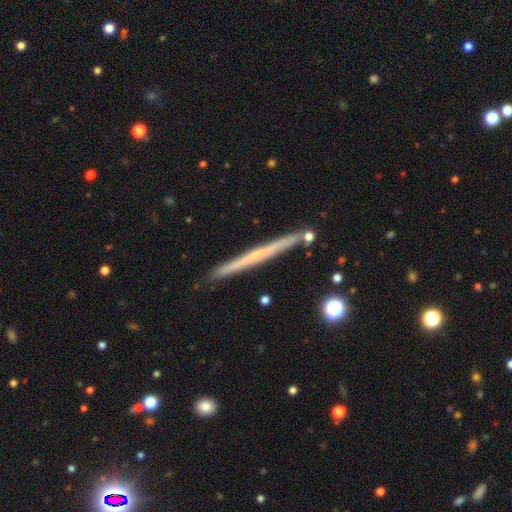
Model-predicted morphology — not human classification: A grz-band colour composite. It shows a featured or disk galaxy (63%) viewed edge-on (97%) with no central bulge (73%). Merging: none (88%).